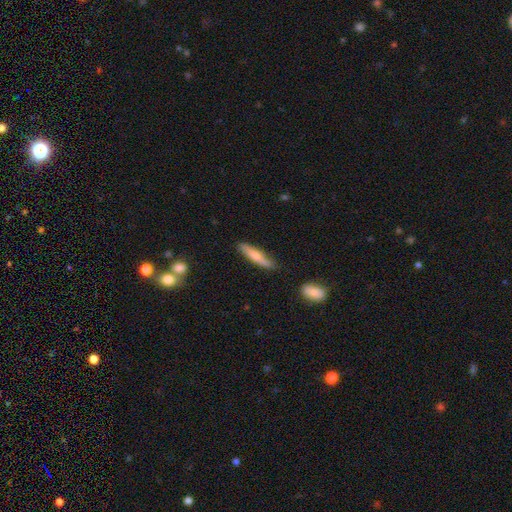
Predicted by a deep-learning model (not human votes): This appears to be a smooth galaxy with no disk features (62%) that is cigar-shaped (84%). Merging: none (79%).